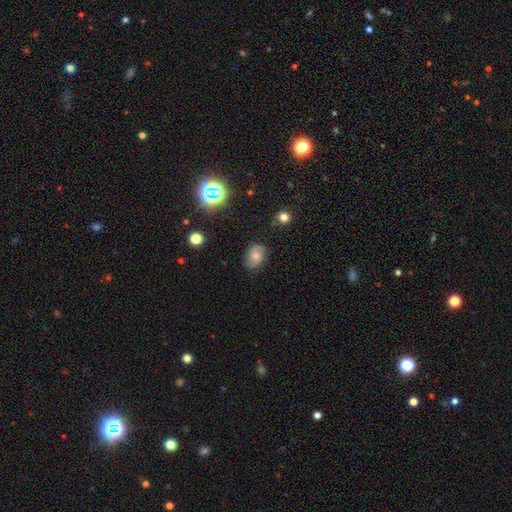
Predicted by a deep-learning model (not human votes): smooth_or_featured: featured or disk (p=0.46) [alt: smooth p=0.43]
merging: none (p=0.79) [alt: minor disturbance p=0.16]